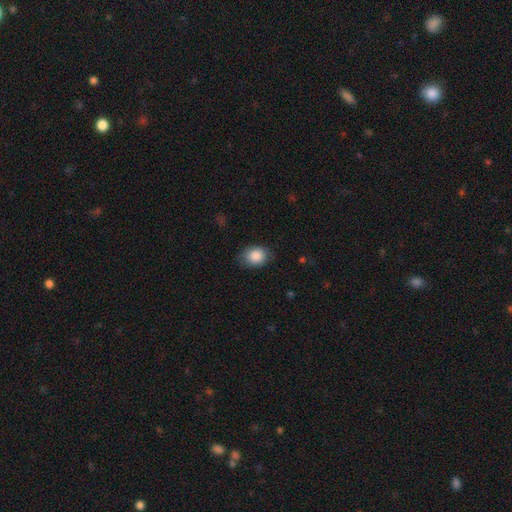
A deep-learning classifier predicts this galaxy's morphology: The model was most divided on "how rounded": in between: 63%, round: 36%, cigar-shaped: 1%. More confident: smooth or featured — smooth (87%); merging — none (77%).